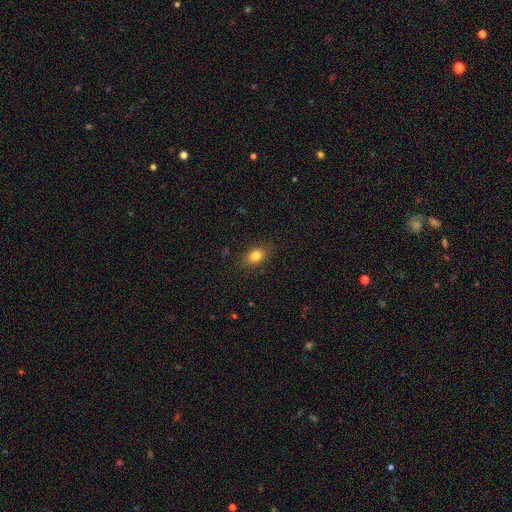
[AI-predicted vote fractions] smooth 81%, star or artifact 11%, featured or disk 8%. Down the decision tree: how rounded — in between (69%); merging — none (84%).